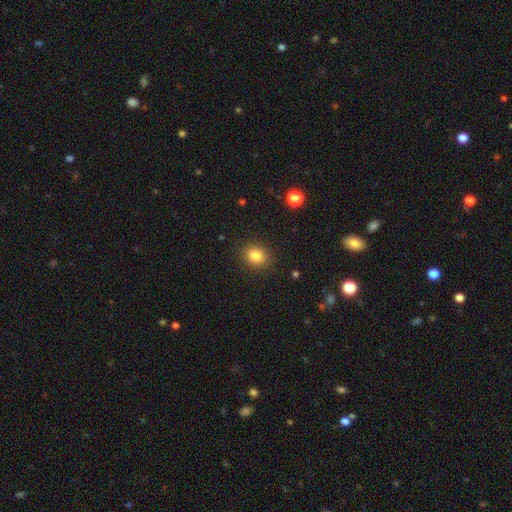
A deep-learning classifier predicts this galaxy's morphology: type=smooth (84%); roundness=round (67%); merging=none (89%).